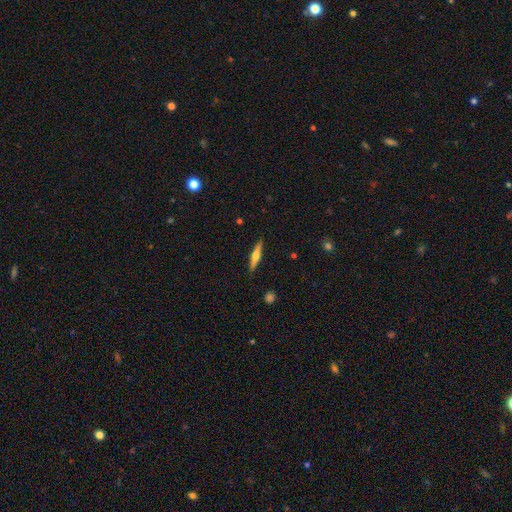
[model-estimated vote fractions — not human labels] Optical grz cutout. It shows a featured or disk galaxy (59%) viewed edge-on (97%) with a rounded central bulge (91%). Merging: none (90%).